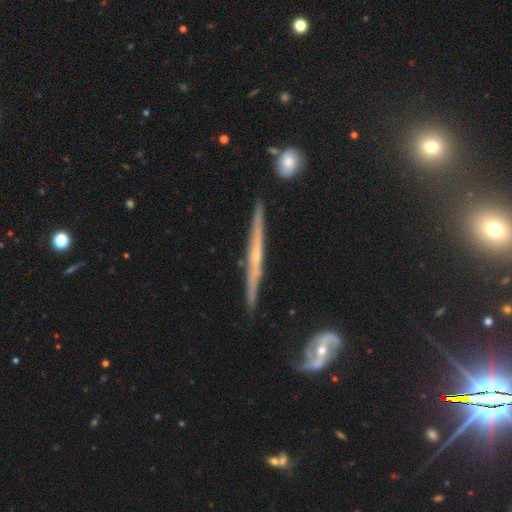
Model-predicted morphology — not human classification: Q: Smooth or featured?
A: featured or disk (80%); runner-up: smooth (12%)
Q: Edge-on disk?
A: yes (96%); runner-up: no (4%)
Q: Edge-on bulge?
A: rounded (63%); runner-up: none (30%)
Q: Merging?
A: none (84%); runner-up: minor disturbance (11%)